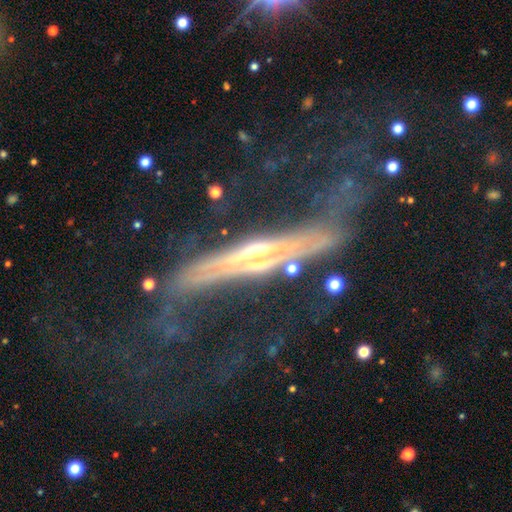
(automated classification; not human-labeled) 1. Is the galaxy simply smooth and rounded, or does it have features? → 77% featured or disk, 13% smooth, 9% star or artifact.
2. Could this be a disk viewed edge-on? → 81% yes, 19% no.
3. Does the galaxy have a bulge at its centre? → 69% rounded, 16% boxy, 15% none.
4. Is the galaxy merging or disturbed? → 43% none, 30% major disturbance, 21% minor disturbance, 6% merger.